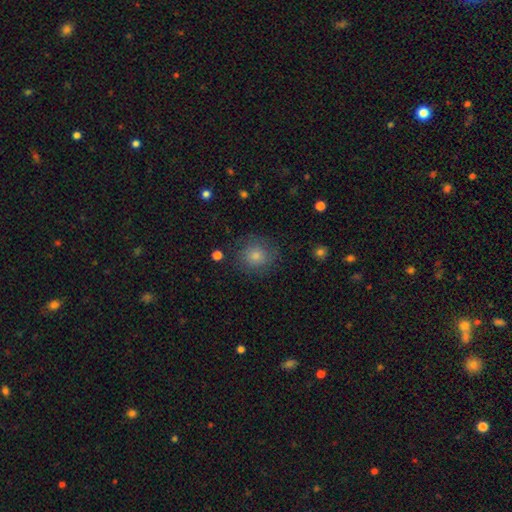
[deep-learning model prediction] Morphology: type=smooth (67%); roundness=round (88%); merging=none (82%).